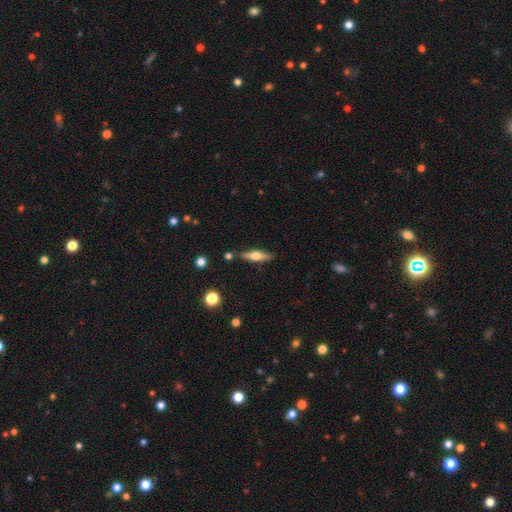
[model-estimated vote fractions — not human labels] Overall: featured or disk (51%; smooth 43%). Edge-on disk: yes (92%). Merging: none (84%).